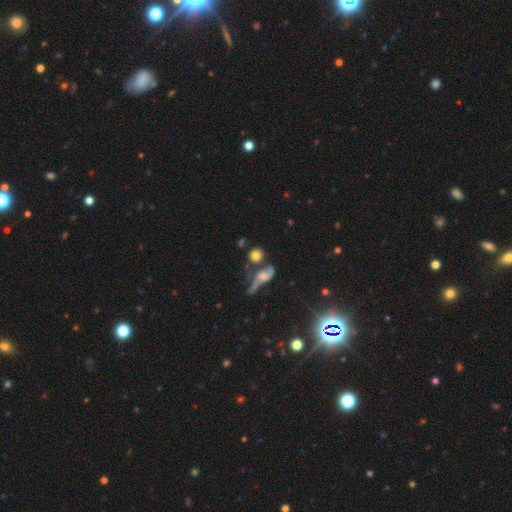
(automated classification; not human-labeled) The model was most divided on "merging": none: 55%, merger: 23%, minor disturbance: 13%, major disturbance: 9%. More confident: how rounded — round (84%); smooth or featured — smooth (70%).